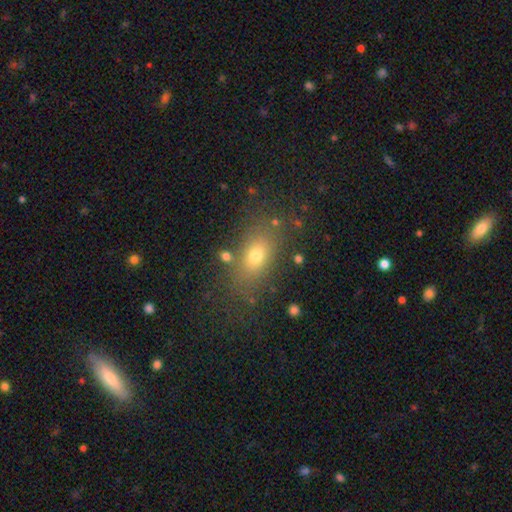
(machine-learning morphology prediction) Smooth or featured? smooth (71%)
How rounded? in between (77%)
Merging? none (78%)